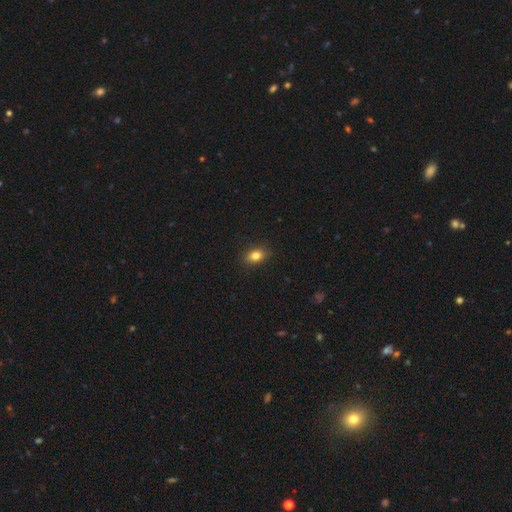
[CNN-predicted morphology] The model was most divided on "how rounded": in between: 77%, round: 21%, cigar-shaped: 2%. More confident: merging — none (87%); smooth or featured — smooth (83%).